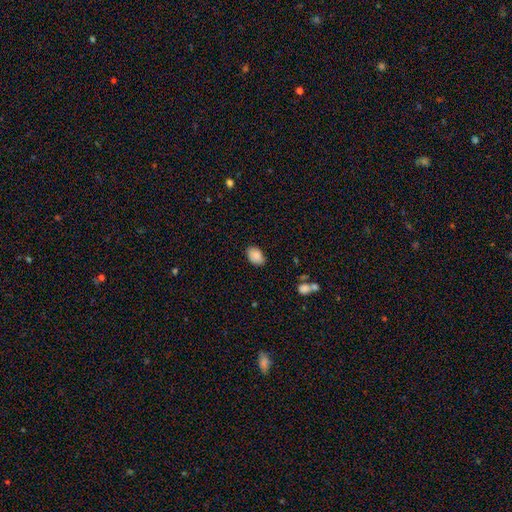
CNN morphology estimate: type=smooth (88%); roundness=in between (87%); merging=none (83%).